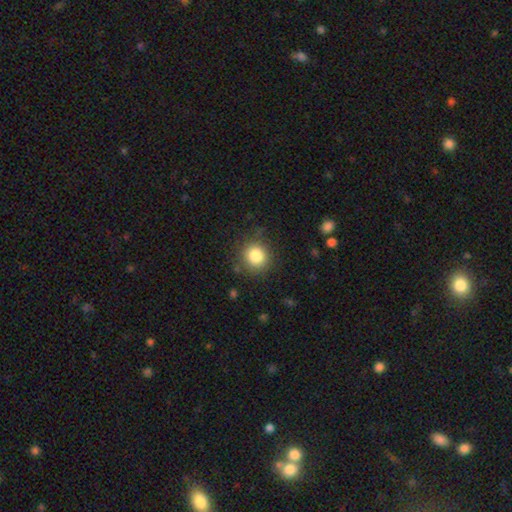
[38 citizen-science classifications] This is clearly a smooth galaxy (87%). How rounded: clearly round (91%). Merging: likely none (70%).